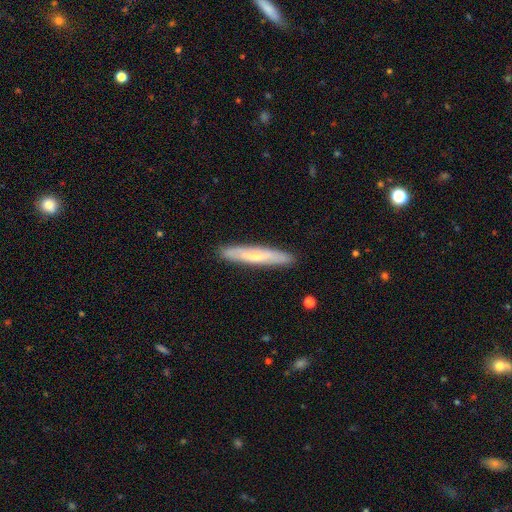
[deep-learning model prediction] This appears to be a smooth galaxy with no disk features (50%) that is cigar-shaped (92%). Merging: none (89%).